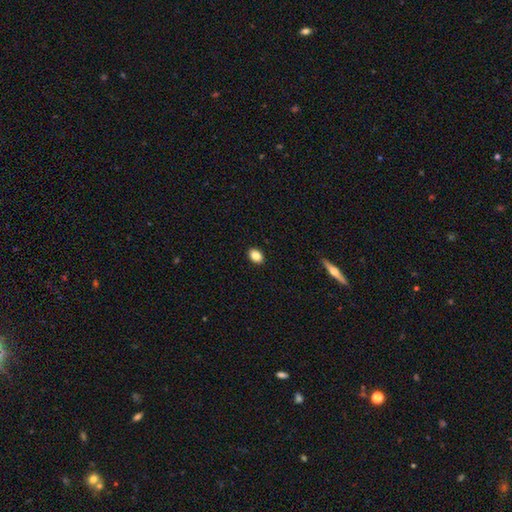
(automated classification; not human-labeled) Smooth or featured?
  - smooth: 85% *
  - star or artifact: 9%
  - featured or disk: 6%
How rounded?
  - in between: 76% *
  - round: 22%
  - cigar-shaped: 1%
Merging?
  - none: 91% *
  - minor disturbance: 7%
  - major disturbance: 2%
  - merger: 1%